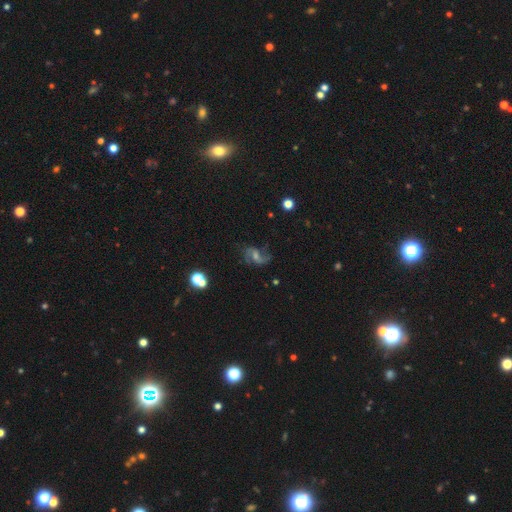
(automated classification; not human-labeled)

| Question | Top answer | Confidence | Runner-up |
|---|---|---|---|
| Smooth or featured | featured or disk | 77% | star or artifact (13%) |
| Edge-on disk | no | 97% | yes (3%) |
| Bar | weak | 48% | no (37%) |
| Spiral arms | yes | 94% | no (6%) |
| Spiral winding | loose | 56% | medium (35%) |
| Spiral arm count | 2 | 79% | can't tell (7%) |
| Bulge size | small | 45% | moderate (42%) |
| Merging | none | 66% | minor disturbance (18%) |